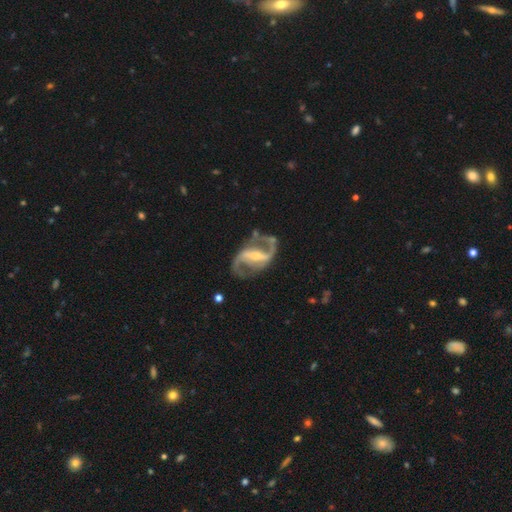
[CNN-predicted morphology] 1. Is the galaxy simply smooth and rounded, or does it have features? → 91% featured or disk, 5% star or artifact, 4% smooth.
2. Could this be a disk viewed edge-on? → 97% no, 3% yes.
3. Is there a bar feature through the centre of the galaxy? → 62% strong, 27% weak, 10% no.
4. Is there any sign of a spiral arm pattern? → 96% yes, 4% no.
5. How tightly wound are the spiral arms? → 51% medium, 38% loose, 11% tight.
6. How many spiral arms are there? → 93% 2, 2% can't tell, 2% 1, 1% 3, 1% 4, 1% more than 4.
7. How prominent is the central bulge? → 53% small, 41% moderate, 3% large, 2% none, 1% dominant.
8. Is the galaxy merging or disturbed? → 74% none, 14% minor disturbance, 9% major disturbance, 2% merger.